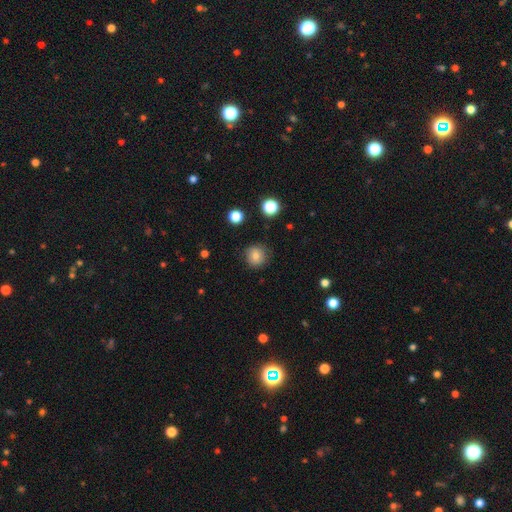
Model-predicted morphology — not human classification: Smooth or featured?
  - smooth: 80% *
  - star or artifact: 11%
  - featured or disk: 9%
How rounded?
  - round: 91% *
  - in between: 8%
  - cigar-shaped: 1%
Merging?
  - none: 84% *
  - minor disturbance: 12%
  - major disturbance: 3%
  - merger: 1%